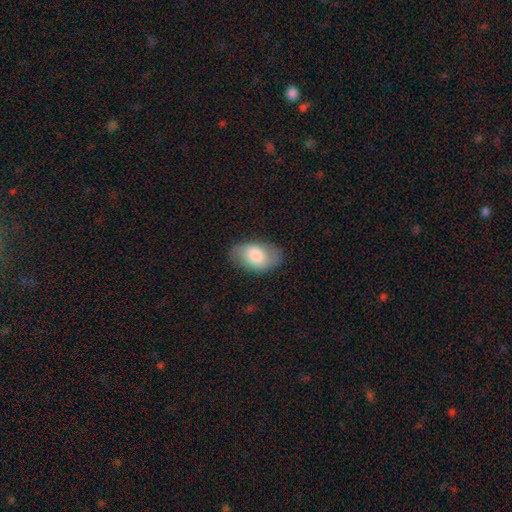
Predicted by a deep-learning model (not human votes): A smooth galaxy with no disk features (71%) that is in between round and cigar-shaped (91%).

Vote fractions:
- Smooth or featured? smooth: 71% / featured or disk: 22% / star or artifact: 6%
- How rounded? in between: 91% / round: 7% / cigar-shaped: 1%
- Merging? none: 76% / minor disturbance: 18% / major disturbance: 5% / merger: 1%